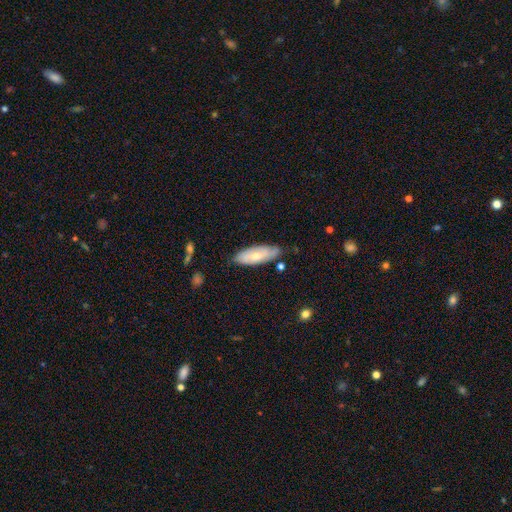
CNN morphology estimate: The model was most divided on "smooth or featured": smooth: 55%, featured or disk: 39%, star or artifact: 6%. More confident: merging — none (74%); how rounded — in between (66%).